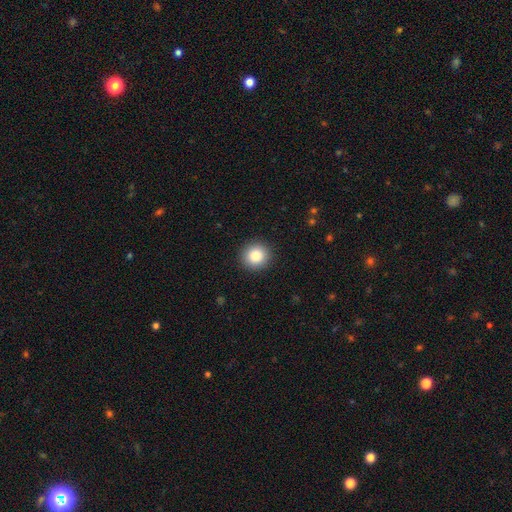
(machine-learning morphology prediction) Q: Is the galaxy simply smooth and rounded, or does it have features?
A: smooth — 86%.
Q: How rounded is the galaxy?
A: round — 92%.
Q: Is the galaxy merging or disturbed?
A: none — 92%.